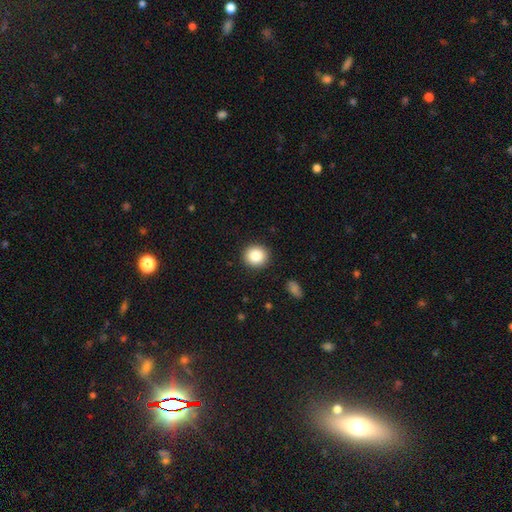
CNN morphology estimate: Overall: smooth (86%). How rounded: round (90%). Merging: none (91%).